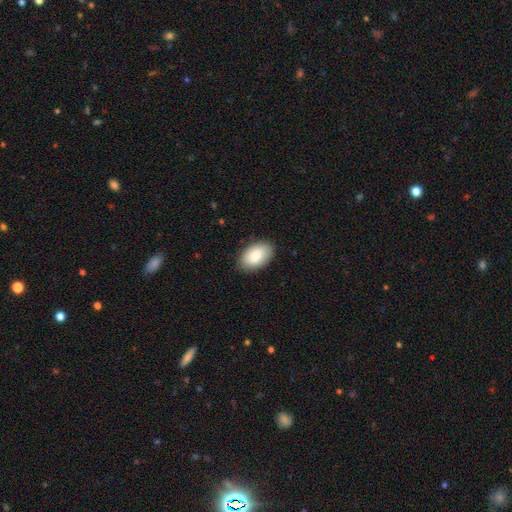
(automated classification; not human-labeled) Smooth or featured: smooth — 82% (featured or disk — 12%)
How rounded: in between — 94% (round — 5%)
Merging: none — 87% (minor disturbance — 10%)